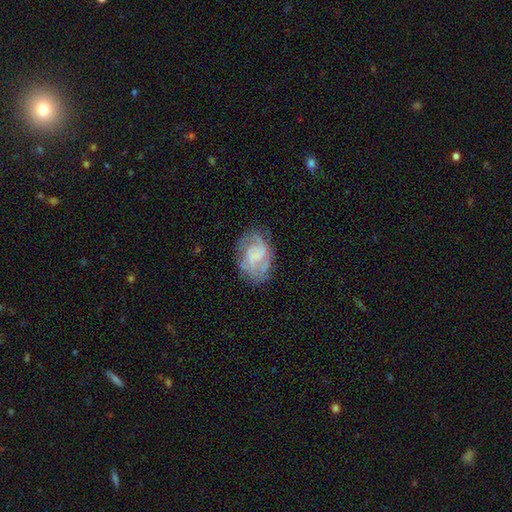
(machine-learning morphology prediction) Q: Smooth or featured?
A: featured or disk (72%); runner-up: smooth (20%)
Q: Edge-on disk?
A: no (98%); runner-up: yes (2%)
Q: Bar?
A: no (54%); runner-up: weak (37%)
Q: Spiral arms?
A: yes (87%); runner-up: no (13%)
Q: Spiral winding?
A: medium (42%); runner-up: tight (41%)
Q: Spiral arm count?
A: 2 (45%); runner-up: can't tell (26%)
Q: Bulge size?
A: none (56%); runner-up: small (25%)
Q: Merging?
A: none (65%); runner-up: minor disturbance (20%)